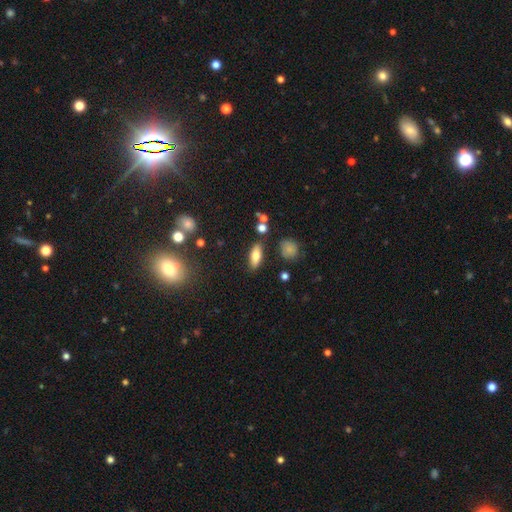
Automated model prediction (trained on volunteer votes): A smooth galaxy with no disk features (77%) that is in between round and cigar-shaped (75%).

Vote fractions:
- Smooth or featured? smooth: 77% / featured or disk: 14% / star or artifact: 10%
- How rounded? in between: 75% / cigar-shaped: 21% / round: 4%
- Merging? none: 82% / minor disturbance: 11% / merger: 4% / major disturbance: 3%